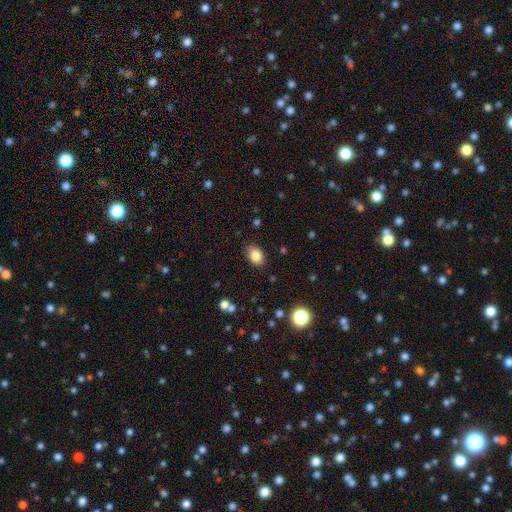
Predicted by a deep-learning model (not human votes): smooth-or-featured: smooth: 85% | star or artifact: 9% | featured or disk: 6%
  how-rounded: in between: 82% | round: 17% | cigar-shaped: 1%
  merging: none: 85% | minor disturbance: 11% | major disturbance: 3% | merger: 1%